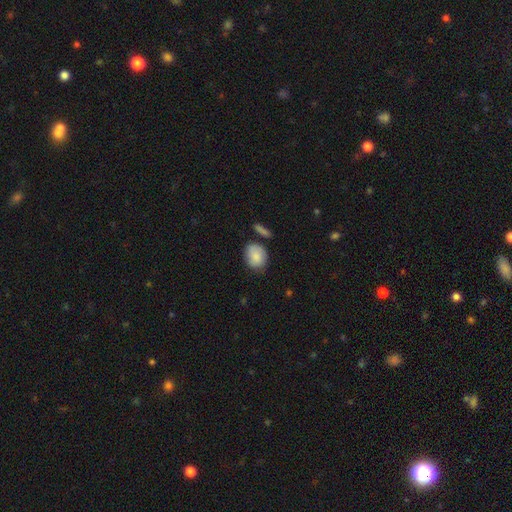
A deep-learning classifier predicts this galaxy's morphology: Smooth or featured? smooth (84%)
How rounded? round (53%)
Merging? none (66%)